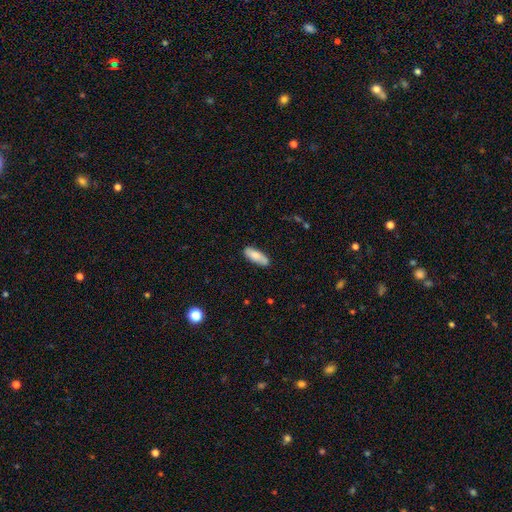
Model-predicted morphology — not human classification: This is clearly a smooth galaxy (80%). How rounded: likely in between (69%). Merging: clearly none (83%).